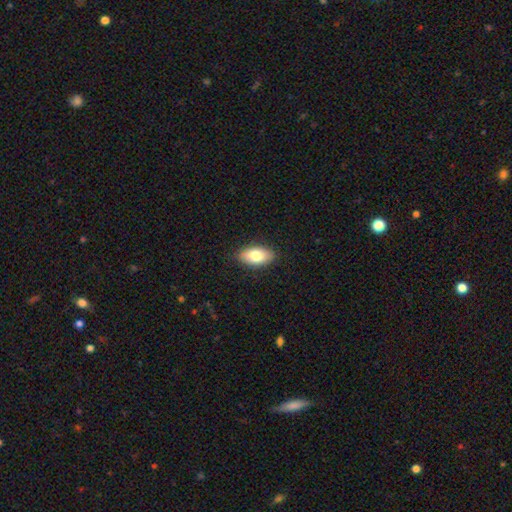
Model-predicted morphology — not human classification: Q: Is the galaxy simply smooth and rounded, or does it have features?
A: smooth — 80%.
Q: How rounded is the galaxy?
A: in between — 92%.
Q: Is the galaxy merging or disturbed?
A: none — 87%.